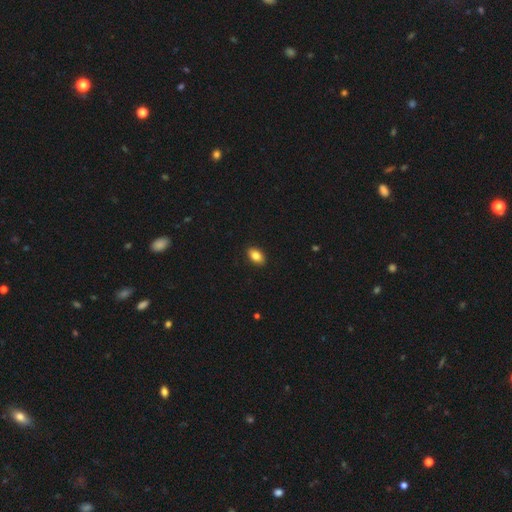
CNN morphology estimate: A smooth galaxy with no disk features (85%) that is in between round and cigar-shaped (90%).

Vote fractions:
- Smooth or featured? smooth: 85% / star or artifact: 8% / featured or disk: 7%
- How rounded? in between: 90% / round: 8% / cigar-shaped: 2%
- Merging? none: 90% / minor disturbance: 7% / major disturbance: 2% / merger: 1%